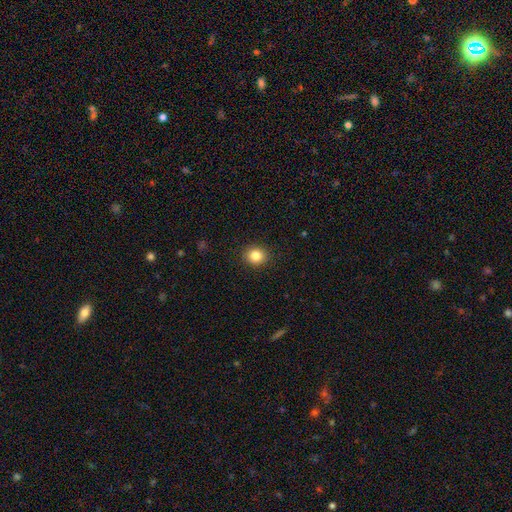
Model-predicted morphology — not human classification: Q: Smooth or featured?
A: smooth (84%); runner-up: star or artifact (10%)
Q: How rounded?
A: round (80%); runner-up: in between (19%)
Q: Merging?
A: none (91%); runner-up: minor disturbance (6%)